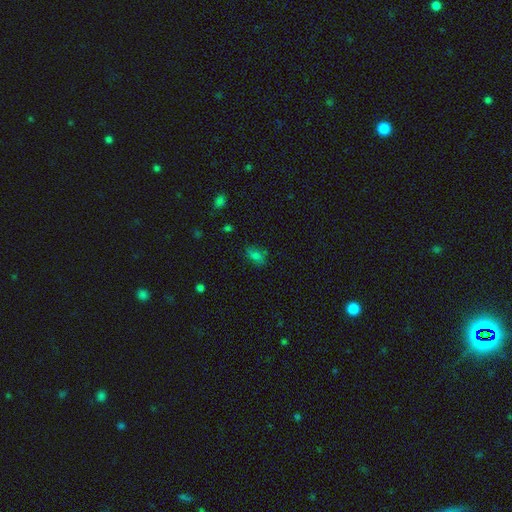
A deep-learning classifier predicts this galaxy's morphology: This appears to be a smooth galaxy with no disk features (74%) that is in between round and cigar-shaped (85%). Merging: none (71%).